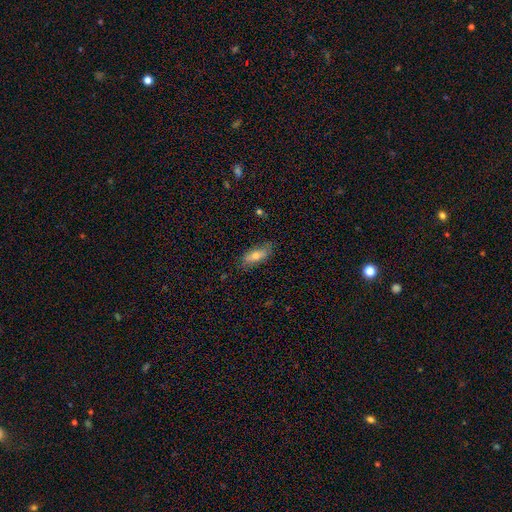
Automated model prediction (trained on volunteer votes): Q: Smooth or featured?
A: smooth (68%); runner-up: featured or disk (25%)
Q: How rounded?
A: in between (71%); runner-up: cigar-shaped (26%)
Q: Merging?
A: none (78%); runner-up: minor disturbance (17%)